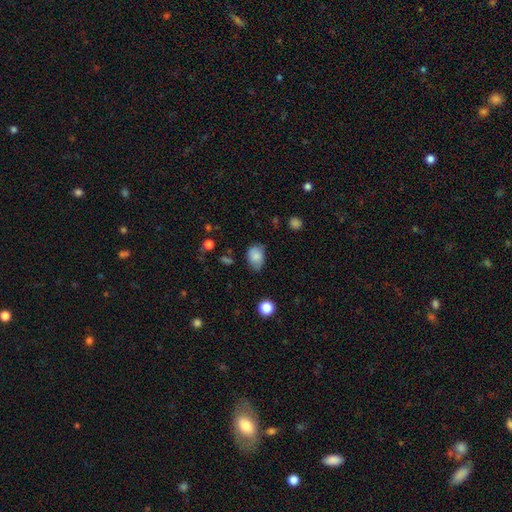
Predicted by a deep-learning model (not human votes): Morphology: type=smooth (83%); roundness=in between (74%); merging=none (58%).